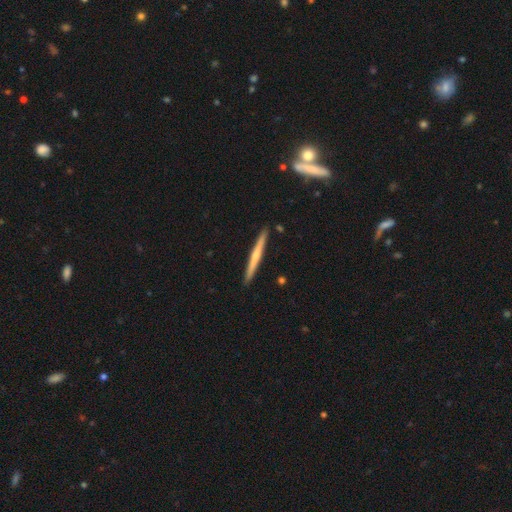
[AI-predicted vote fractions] Smooth or featured? featured or disk (55%)
Edge-on disk? yes (98%)
Edge-on bulge? rounded (55%)
Merging? none (91%)